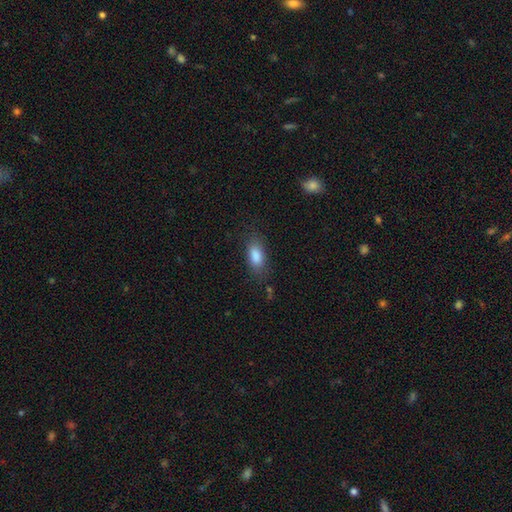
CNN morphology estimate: This appears to be a smooth galaxy with no disk features (84%) that is in between round and cigar-shaped (83%). Merging: none (77%).